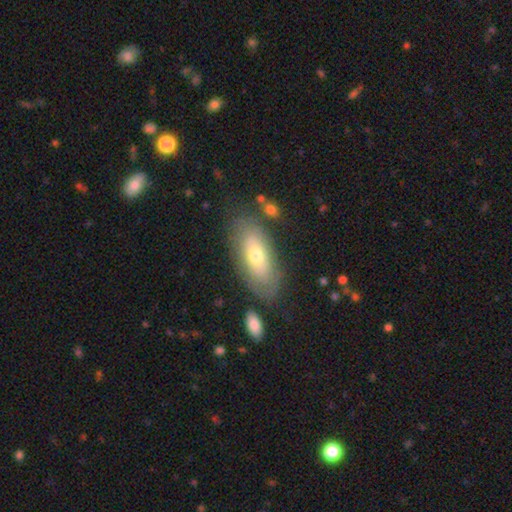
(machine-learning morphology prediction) Overall: smooth (58%; featured or disk 35%). How rounded: in between (85%). Merging: none (74%).